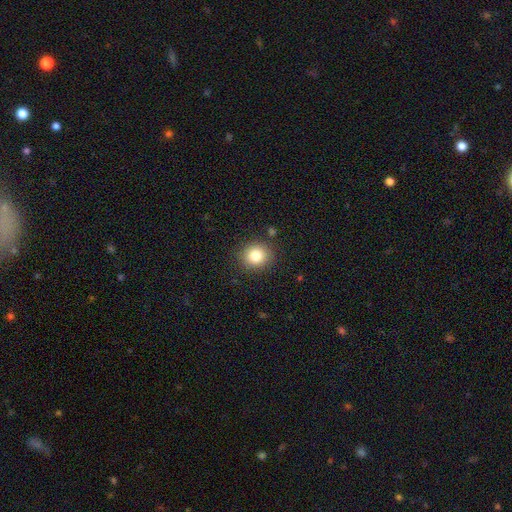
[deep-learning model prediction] The model was most divided on "how rounded": round: 82%, in between: 17%, cigar-shaped: 1%. More confident: merging — none (88%); smooth or featured — smooth (82%).